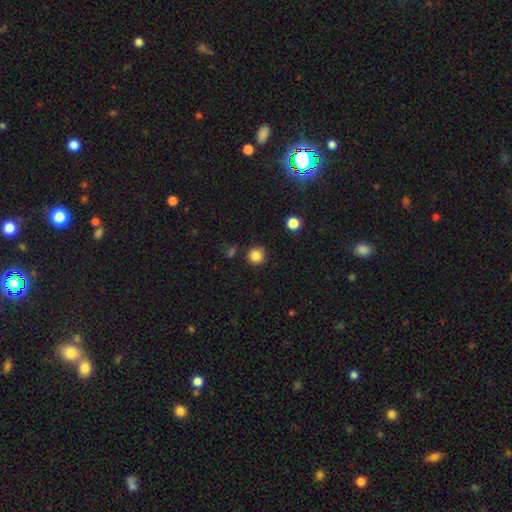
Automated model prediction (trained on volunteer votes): smooth_or_featured: smooth (p=0.85) [alt: star or artifact p=0.11]
how_rounded: round (p=0.93) [alt: in between p=0.06]
merging: none (p=0.84) [alt: minor disturbance p=0.11]